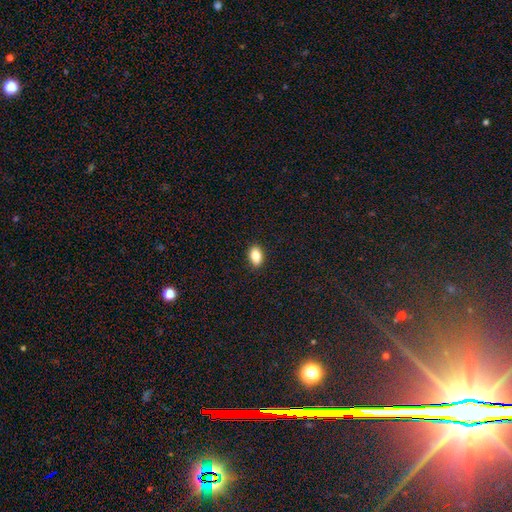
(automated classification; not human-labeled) The model was most divided on "how rounded": in between: 87%, round: 11%, cigar-shaped: 2%. More confident: merging — none (90%); smooth or featured — smooth (85%).